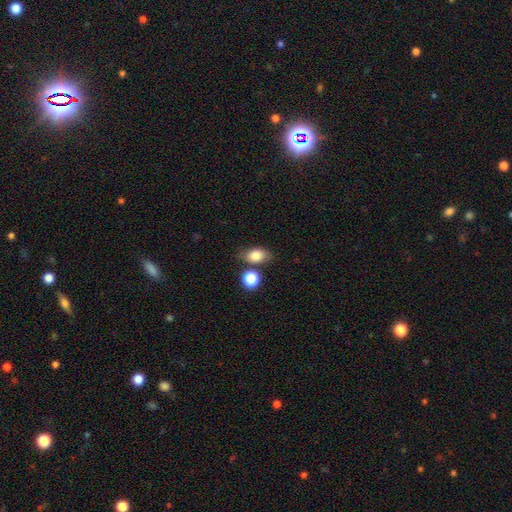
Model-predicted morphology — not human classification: The model was most divided on "merging": none: 67%, minor disturbance: 15%, merger: 13%, major disturbance: 4%. More confident: smooth or featured — smooth (81%); how rounded — in between (76%).